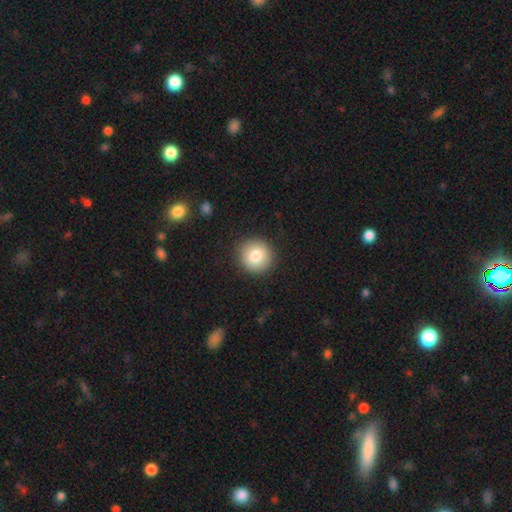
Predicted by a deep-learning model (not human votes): This is clearly a smooth galaxy (82%). How rounded: clearly round (94%). Merging: clearly none (91%).